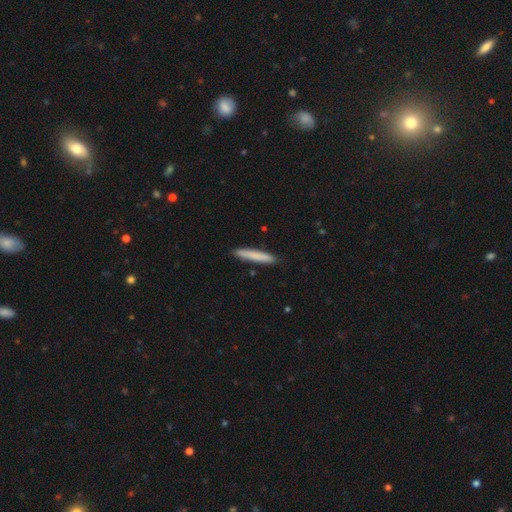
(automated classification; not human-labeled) Smooth or featured? smooth (81%)
How rounded? cigar-shaped (94%)
Merging? none (90%)